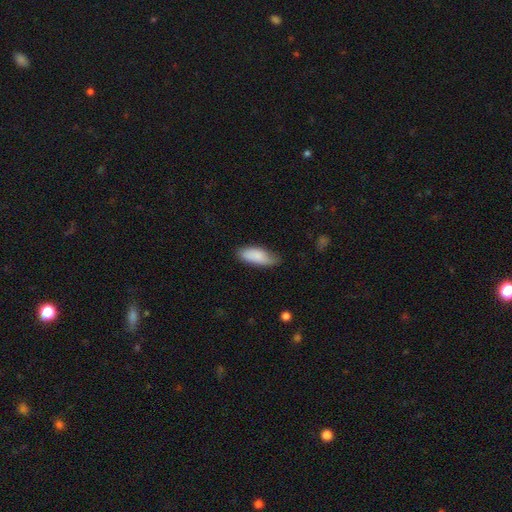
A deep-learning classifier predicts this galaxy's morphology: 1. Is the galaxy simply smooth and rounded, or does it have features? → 85% smooth, 9% featured or disk, 6% star or artifact.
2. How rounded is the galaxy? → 75% in between, 24% cigar-shaped, 2% round.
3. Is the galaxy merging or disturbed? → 64% none, 29% minor disturbance, 5% major disturbance, 2% merger.